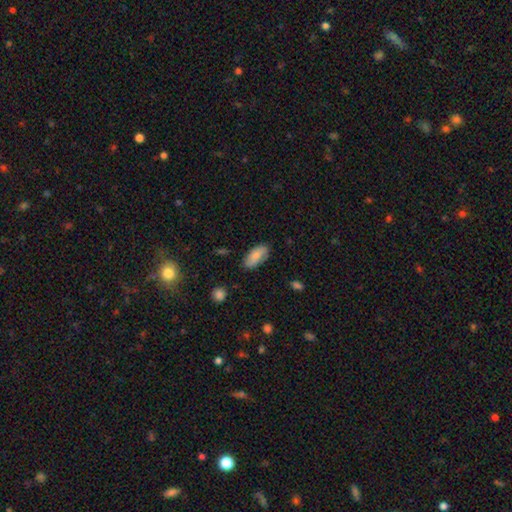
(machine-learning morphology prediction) The model was most divided on "merging": none: 80%, minor disturbance: 16%, major disturbance: 3%, merger: 2%. More confident: how rounded — in between (91%); smooth or featured — smooth (79%).